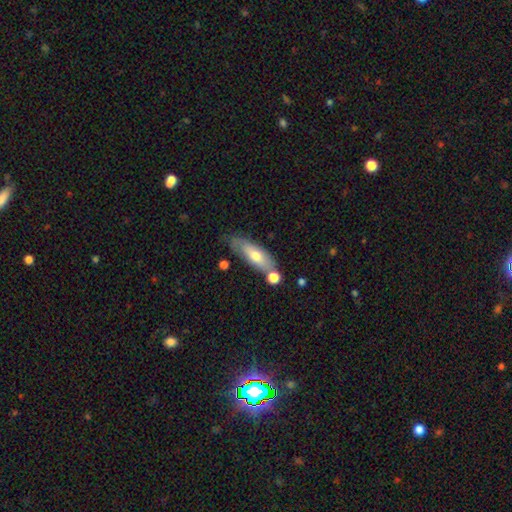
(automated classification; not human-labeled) A smooth galaxy with no disk features (59%) that is in between round and cigar-shaped (52%). Merging: none (63%).